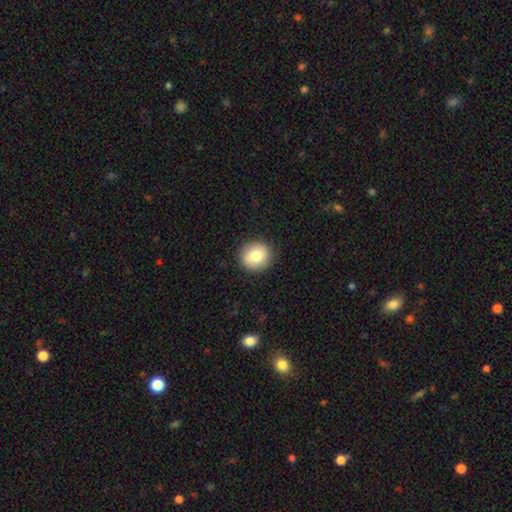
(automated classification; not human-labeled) A smooth galaxy with no disk features (80%) that is round (86%). Merging: none (89%).